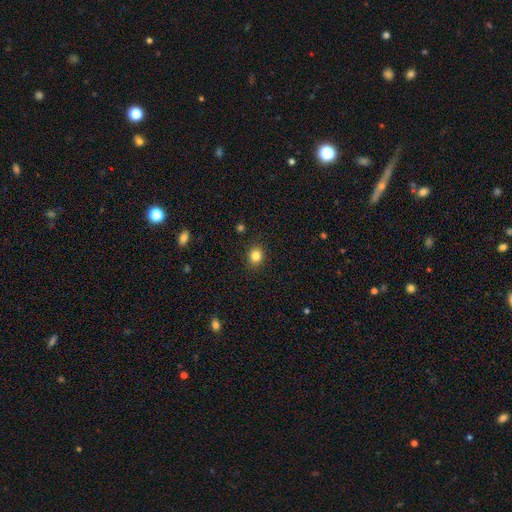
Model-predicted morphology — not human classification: Smooth or featured? Predicted: smooth (p=0.83). How rounded? Predicted: round (p=0.70). Merging? Predicted: none (p=0.89).